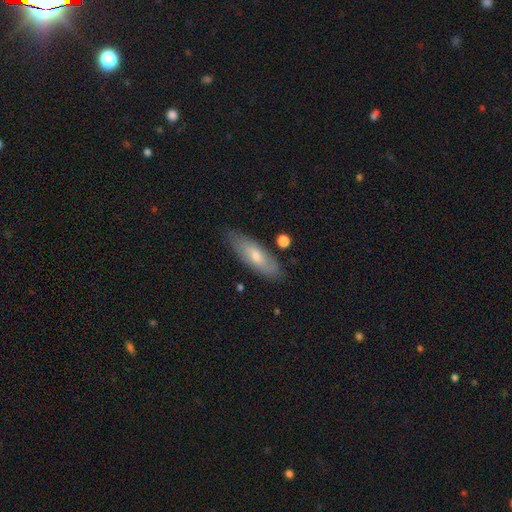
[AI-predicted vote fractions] smooth-or-featured: smooth: 63% | featured or disk: 30% | star or artifact: 7%
  how-rounded: in between: 53% | cigar-shaped: 45% | round: 2%
  merging: none: 82% | minor disturbance: 13% | major disturbance: 2% | merger: 2%